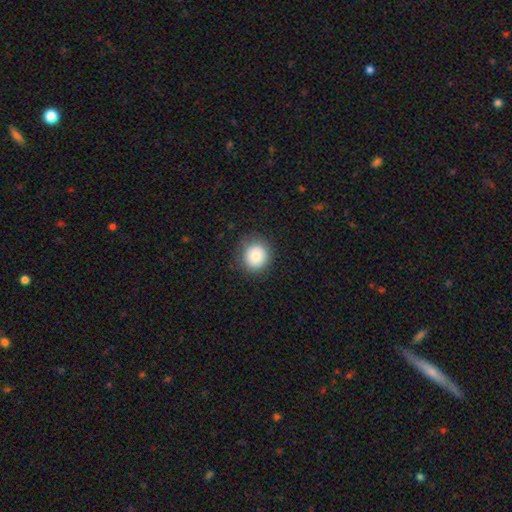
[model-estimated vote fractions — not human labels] This is clearly a smooth galaxy (84%). How rounded: clearly round (88%). Merging: clearly none (85%).